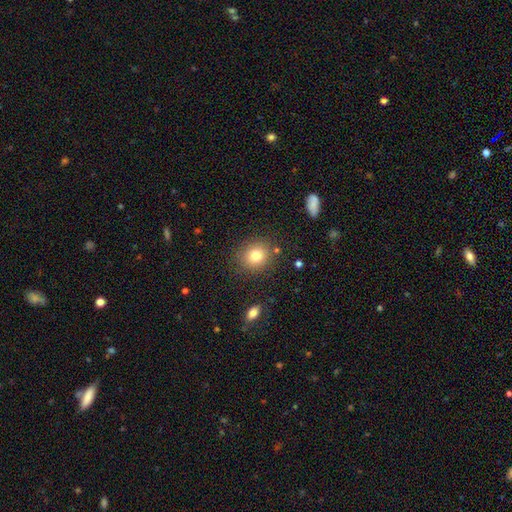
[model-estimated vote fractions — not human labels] smooth-or-featured: smooth: 79% | star or artifact: 12% | featured or disk: 9%
  how-rounded: round: 81% | in between: 18% | cigar-shaped: 1%
  merging: none: 84% | minor disturbance: 9% | major disturbance: 3% | merger: 3%